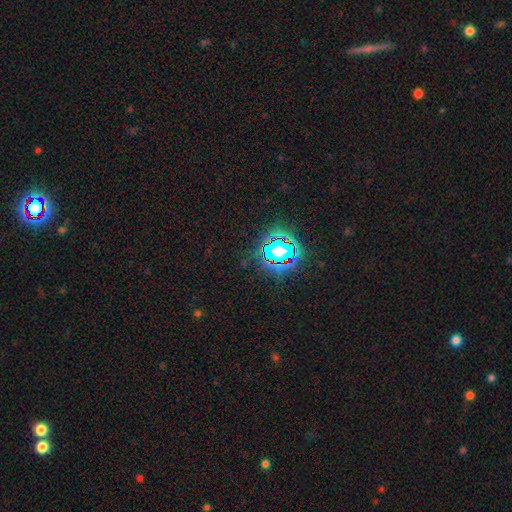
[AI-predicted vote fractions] A star or artifact, not a galaxy (81%).